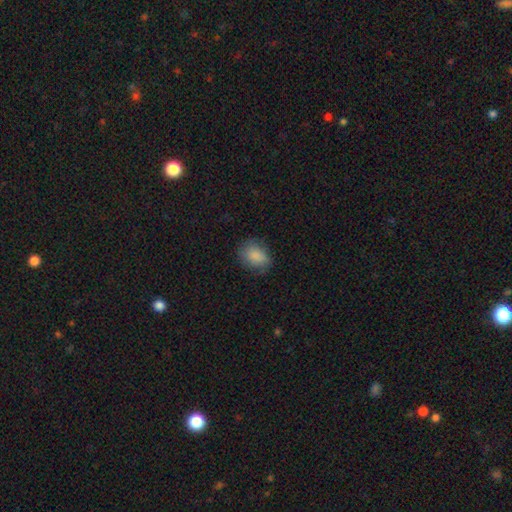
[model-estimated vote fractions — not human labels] A smooth galaxy with no disk features (86%) that is in between round and cigar-shaped (62%).

Vote fractions:
- Smooth or featured? smooth: 86% / star or artifact: 8% / featured or disk: 6%
- How rounded? in between: 62% / round: 37% / cigar-shaped: 1%
- Merging? none: 71% / minor disturbance: 21% / major disturbance: 6% / merger: 1%